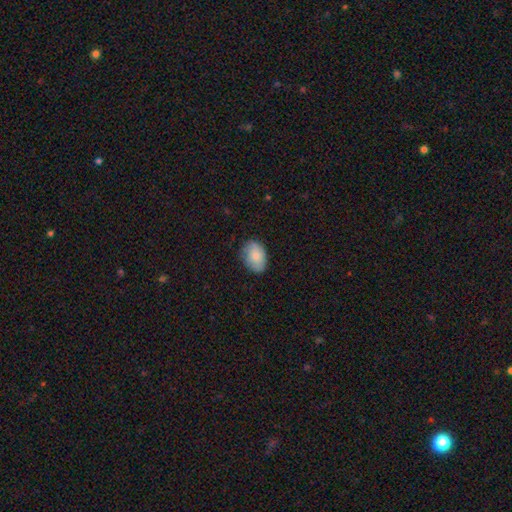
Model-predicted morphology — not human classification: smooth_or_featured: smooth (p=0.80) [alt: featured or disk p=0.13]
how_rounded: in between (p=0.83) [alt: round p=0.16]
merging: none (p=0.75) [alt: minor disturbance p=0.20]